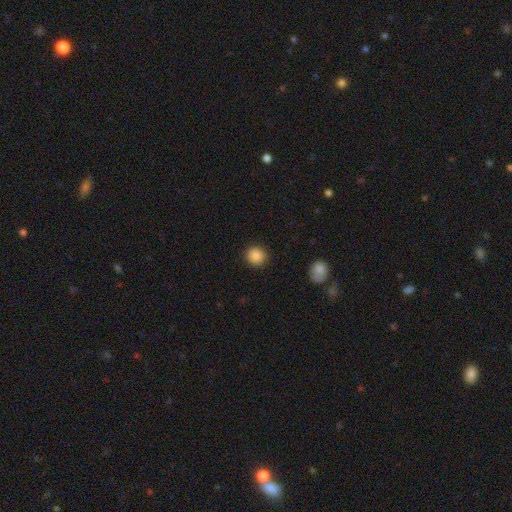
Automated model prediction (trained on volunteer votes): Smooth or featured?
  - smooth: 88% *
  - star or artifact: 9%
  - featured or disk: 3%
How rounded?
  - round: 92% *
  - in between: 8%
  - cigar-shaped: 1%
Merging?
  - none: 91% *
  - minor disturbance: 6%
  - major disturbance: 2%
  - merger: 1%